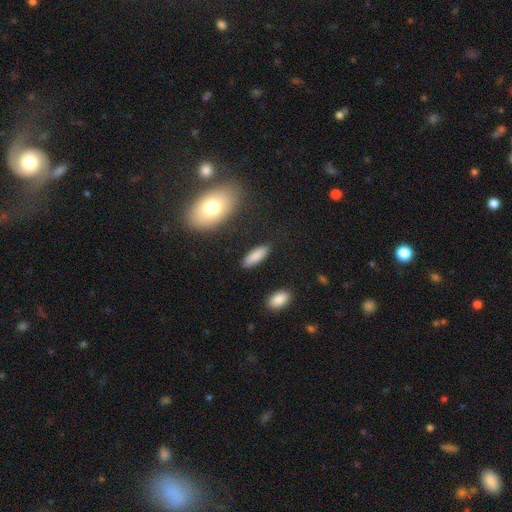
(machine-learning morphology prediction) Smooth or featured?
  - smooth: 85% *
  - featured or disk: 8%
  - star or artifact: 6%
How rounded?
  - in between: 61% *
  - cigar-shaped: 37%
  - round: 2%
Merging?
  - none: 86% *
  - minor disturbance: 10%
  - major disturbance: 2%
  - merger: 2%